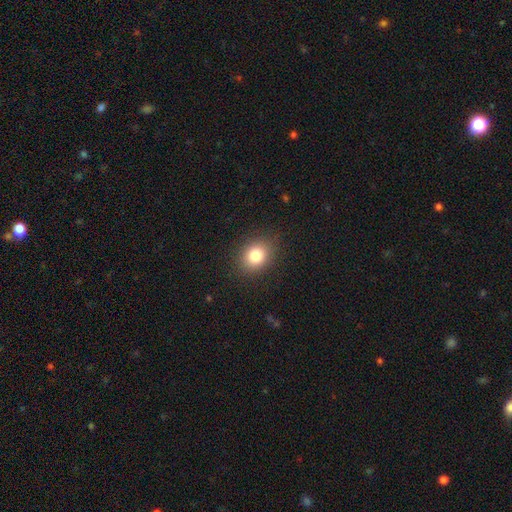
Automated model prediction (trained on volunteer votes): The model was most divided on "how rounded": round: 54%, in between: 45%, cigar-shaped: 1%. More confident: merging — none (87%); smooth or featured — smooth (81%).